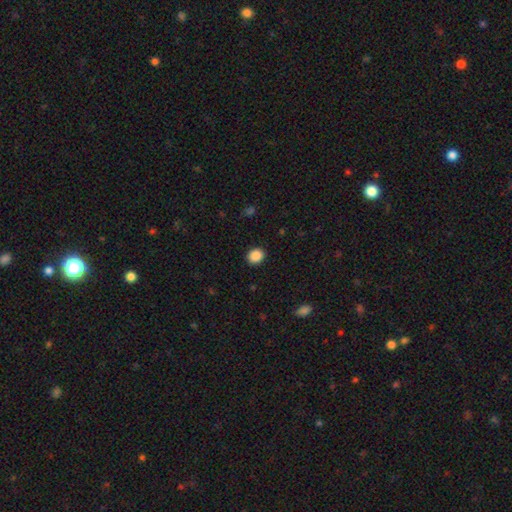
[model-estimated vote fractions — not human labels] Smooth or featured? Predicted: smooth (p=0.89). How rounded? Predicted: round (p=0.65). Merging? Predicted: none (p=0.91).